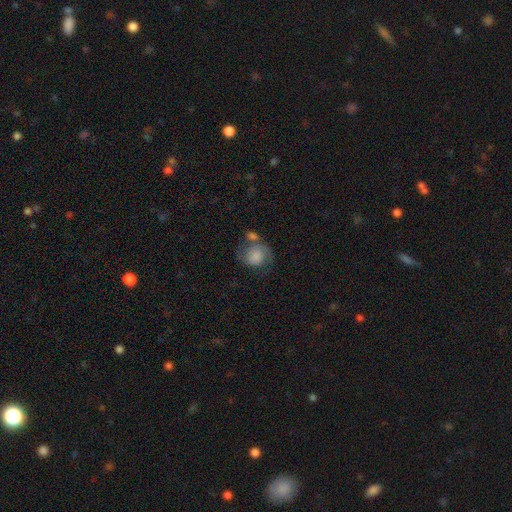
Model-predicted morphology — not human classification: This appears to be a smooth galaxy with no disk features (61%) that is round (71%). Merging: none (39%).